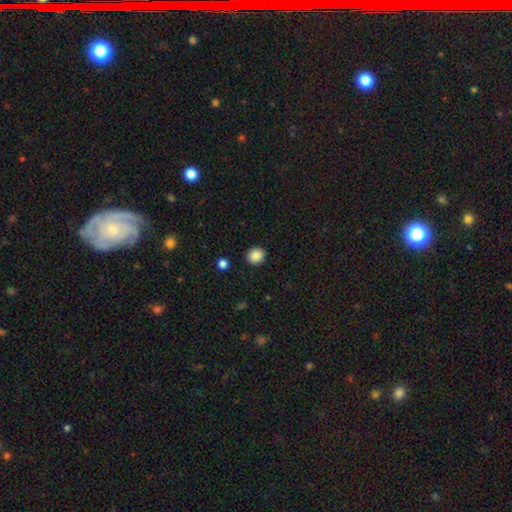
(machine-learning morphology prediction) The model was most divided on "smooth or featured": smooth: 87%, star or artifact: 9%, featured or disk: 3%. More confident: merging — none (92%); how rounded — round (89%).